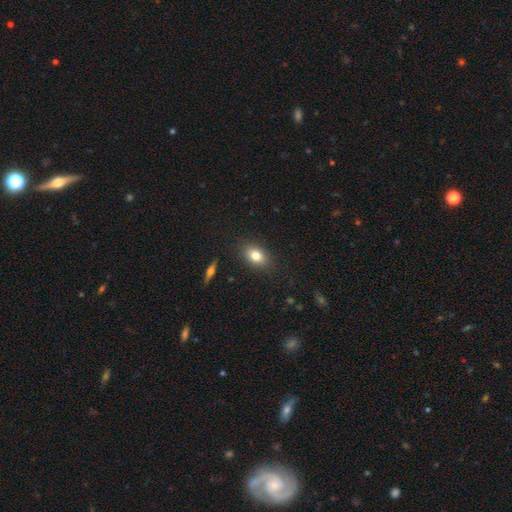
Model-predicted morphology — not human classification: smooth 79%, featured or disk 12%, star or artifact 10%. Down the decision tree: how rounded — in between (78%); merging — none (86%).